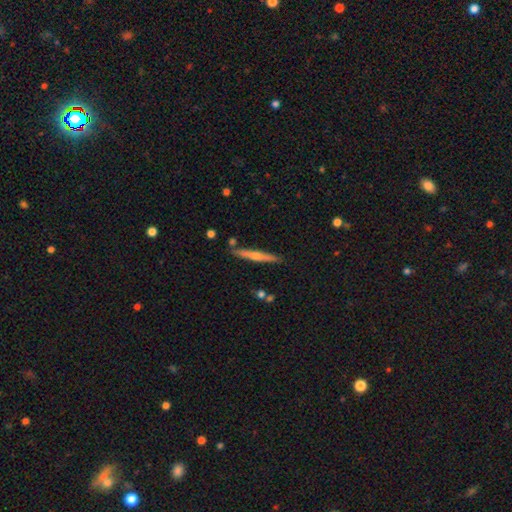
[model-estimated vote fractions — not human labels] Smooth or featured?
  - featured or disk: 60% *
  - smooth: 34%
  - star or artifact: 6%
Edge-on disk?
  - yes: 97% *
  - no: 3%
Edge-on bulge?
  - rounded: 75% *
  - none: 20%
  - boxy: 5%
Merging?
  - none: 86% *
  - minor disturbance: 9%
  - merger: 3%
  - major disturbance: 2%